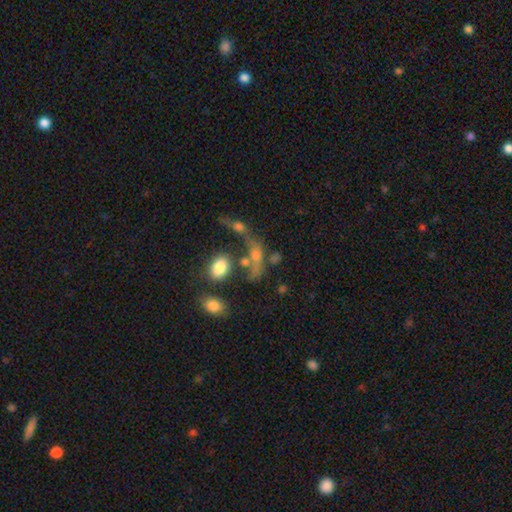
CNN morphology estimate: Q: Smooth or featured?
A: smooth (48%); runner-up: featured or disk (32%)
Q: Merging?
A: merger (35%); runner-up: none (31%)